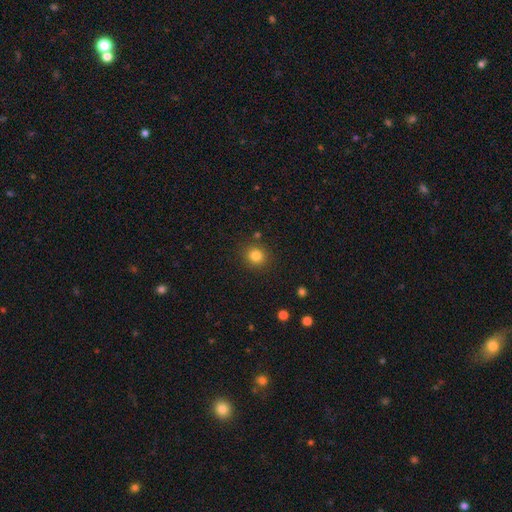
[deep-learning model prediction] This appears to be a smooth galaxy with no disk features (83%) that is round (88%). Merging: none (87%).